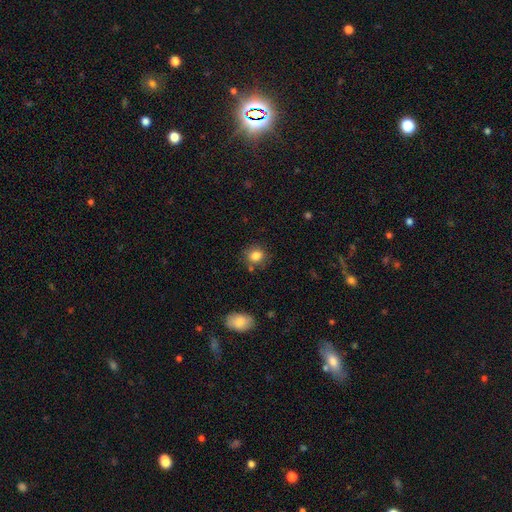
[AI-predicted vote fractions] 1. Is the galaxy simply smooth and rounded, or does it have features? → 84% smooth, 10% star or artifact, 6% featured or disk.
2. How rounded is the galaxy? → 71% round, 28% in between, 1% cigar-shaped.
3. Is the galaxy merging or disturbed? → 78% none, 14% minor disturbance, 4% merger, 4% major disturbance.